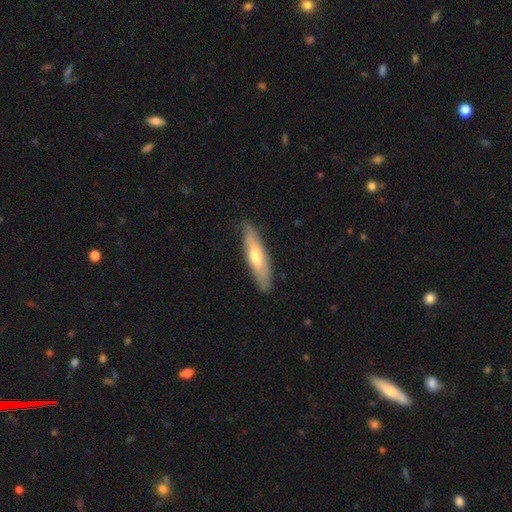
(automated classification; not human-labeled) Smooth or featured?
  - smooth: 54% *
  - featured or disk: 41%
  - star or artifact: 5%
How rounded?
  - cigar-shaped: 70% *
  - in between: 28%
  - round: 2%
Merging?
  - none: 83% *
  - minor disturbance: 13%
  - major disturbance: 3%
  - merger: 1%